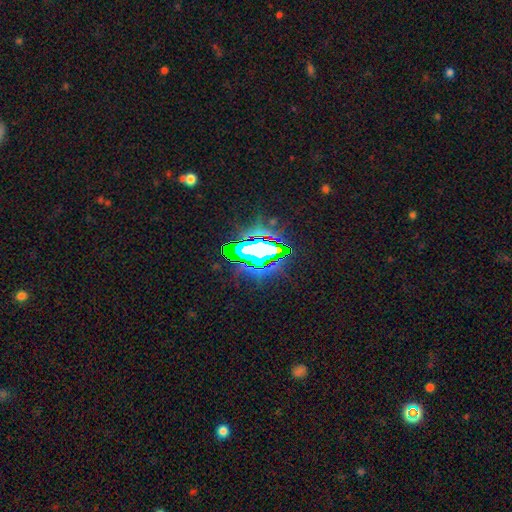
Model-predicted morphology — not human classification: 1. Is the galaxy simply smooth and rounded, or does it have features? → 66% star or artifact, 18% smooth, 16% featured or disk.